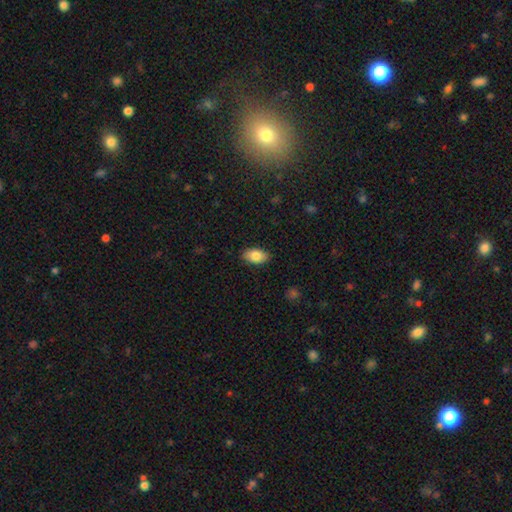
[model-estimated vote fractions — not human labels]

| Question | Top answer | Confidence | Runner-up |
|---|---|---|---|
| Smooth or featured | smooth | 84% | featured or disk (9%) |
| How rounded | in between | 92% | round (6%) |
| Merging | none | 87% | minor disturbance (10%) |